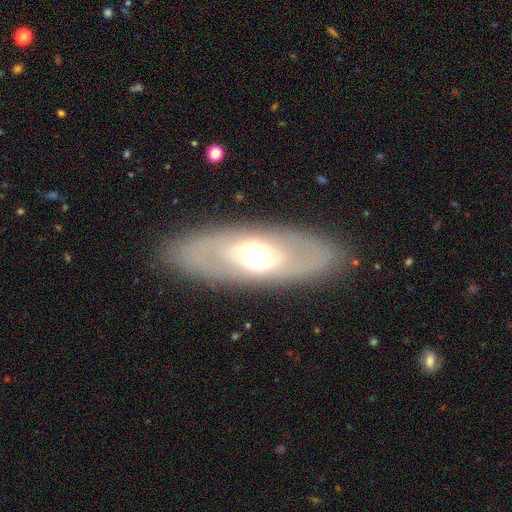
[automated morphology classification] A featured or disk galaxy (59%). Merging: none (85%).